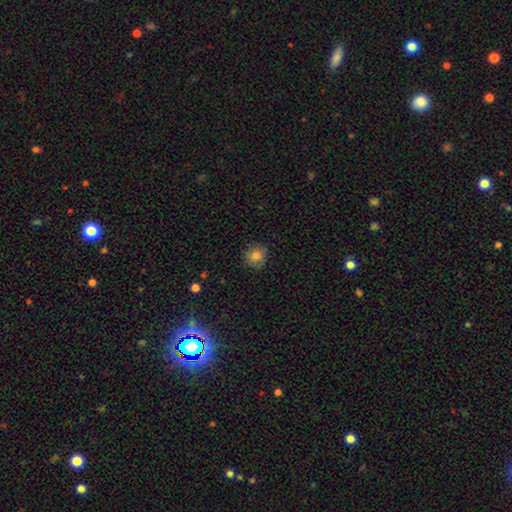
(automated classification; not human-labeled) Morphology: type=smooth (82%); roundness=round (87%); merging=none (83%).